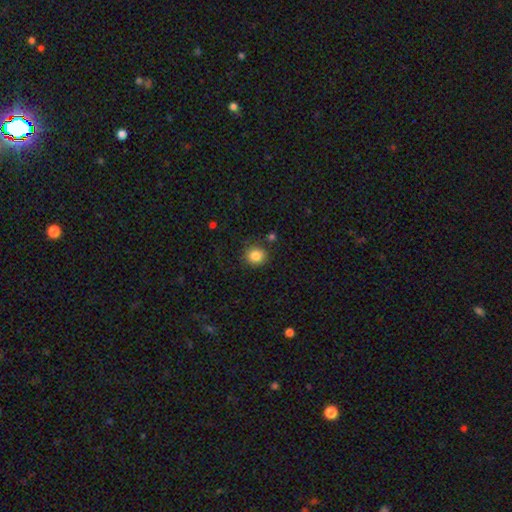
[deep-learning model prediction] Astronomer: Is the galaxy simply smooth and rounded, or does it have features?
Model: smooth — 85%.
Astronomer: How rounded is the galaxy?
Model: round — 87%.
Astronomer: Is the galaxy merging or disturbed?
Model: none — 86%.